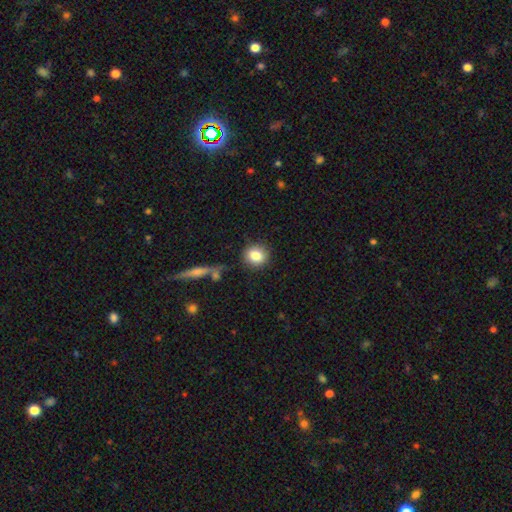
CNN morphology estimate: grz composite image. It shows a smooth galaxy with no disk features (83%) that is round (86%). Merging: none (85%).